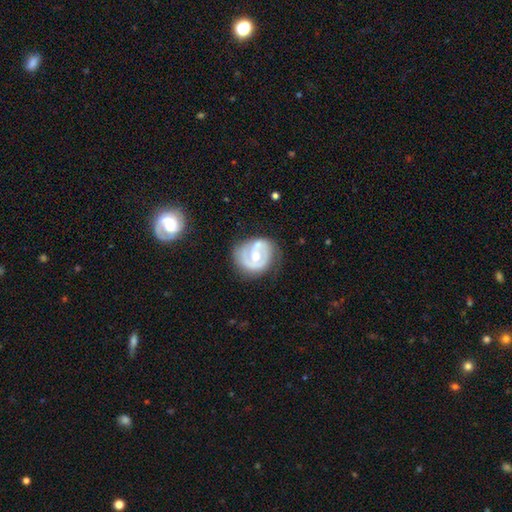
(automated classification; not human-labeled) Smooth or featured?
  - featured or disk: 75% *
  - smooth: 20%
  - star or artifact: 5%
Edge-on disk?
  - no: 97% *
  - yes: 3%
Bar?
  - no: 62% *
  - weak: 30%
  - strong: 9%
Spiral arms?
  - yes: 75% *
  - no: 25%
Spiral winding?
  - tight: 54% *
  - medium: 32%
  - loose: 14%
Spiral arm count?
  - 2: 51% *
  - 1: 23%
  - can't tell: 18%
  - 3: 5%
  - 4: 1%
  - more than 4: 1%
Bulge size?
  - moderate: 74% *
  - small: 19%
  - large: 5%
  - none: 1%
  - dominant: 1%
Merging?
  - none: 63% *
  - minor disturbance: 23%
  - major disturbance: 11%
  - merger: 3%